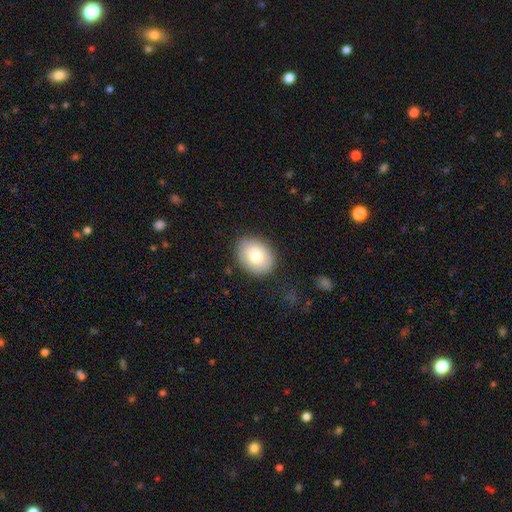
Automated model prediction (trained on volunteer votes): This is likely a smooth galaxy (78%). How rounded: likely in between (62%). Merging: clearly none (85%).